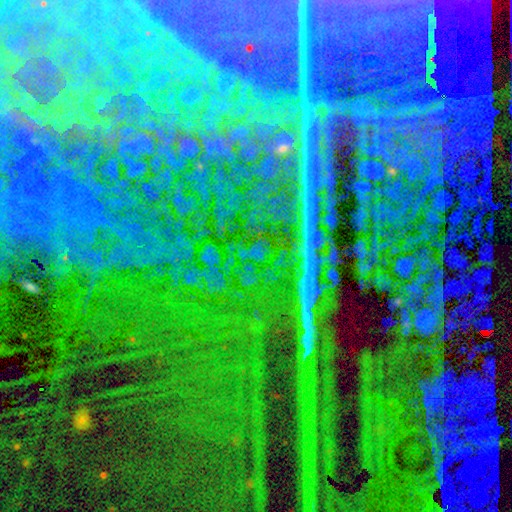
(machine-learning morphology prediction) Overall: star or artifact (88%).